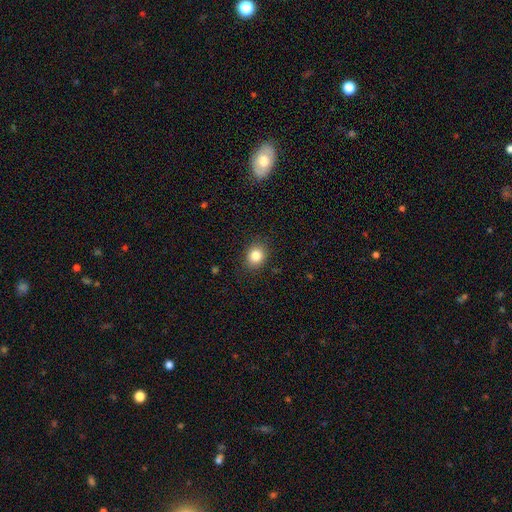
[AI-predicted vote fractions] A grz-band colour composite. It shows a smooth galaxy with no disk features (84%) that is round (65%). Merging: none (89%).